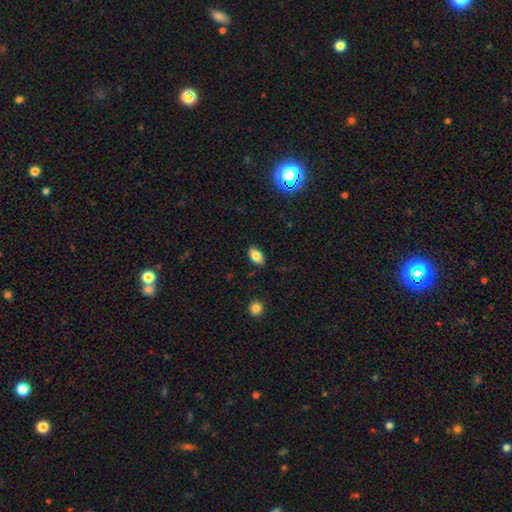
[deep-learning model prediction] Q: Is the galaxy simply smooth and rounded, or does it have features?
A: smooth — 80%.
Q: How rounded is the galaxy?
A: in between — 92%.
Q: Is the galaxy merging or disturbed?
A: none — 87%.